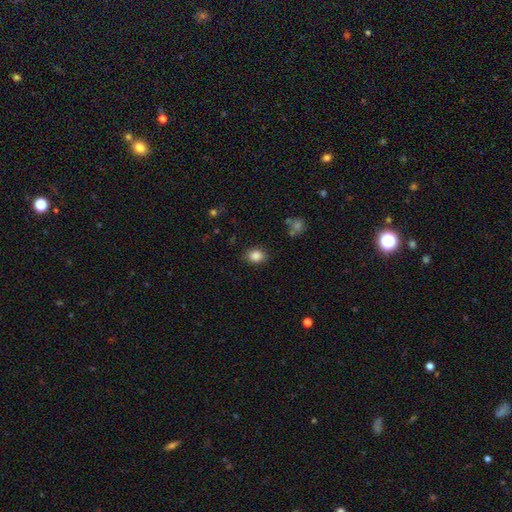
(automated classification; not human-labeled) Smooth or featured? smooth (86%)
How rounded? round (52%)
Merging? none (85%)